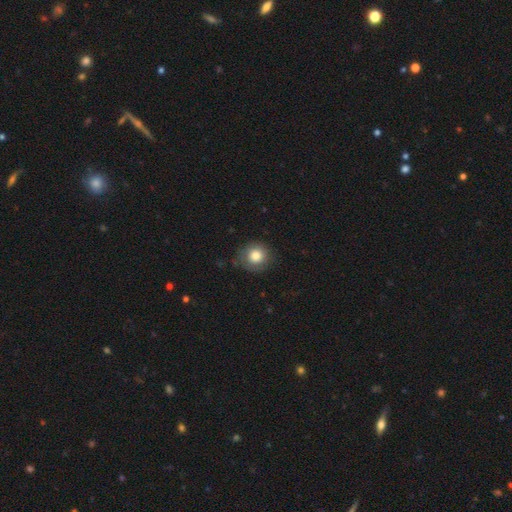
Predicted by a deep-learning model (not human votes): Smooth or featured? smooth (81%)
How rounded? round (89%)
Merging? none (74%)